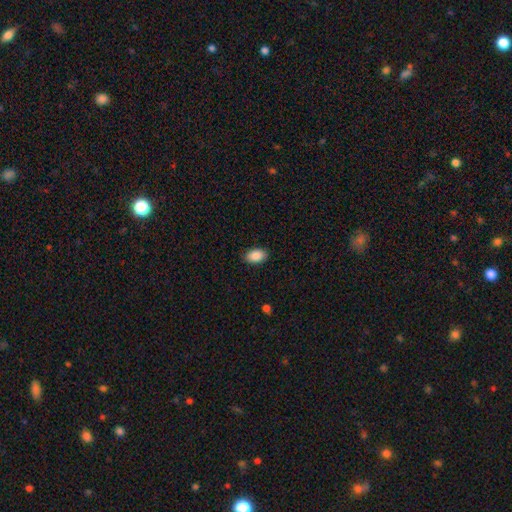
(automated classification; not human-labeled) Smooth or featured?
  - smooth: 89% *
  - star or artifact: 7%
  - featured or disk: 4%
How rounded?
  - in between: 91% *
  - round: 8%
  - cigar-shaped: 1%
Merging?
  - none: 89% *
  - minor disturbance: 8%
  - major disturbance: 2%
  - merger: 1%